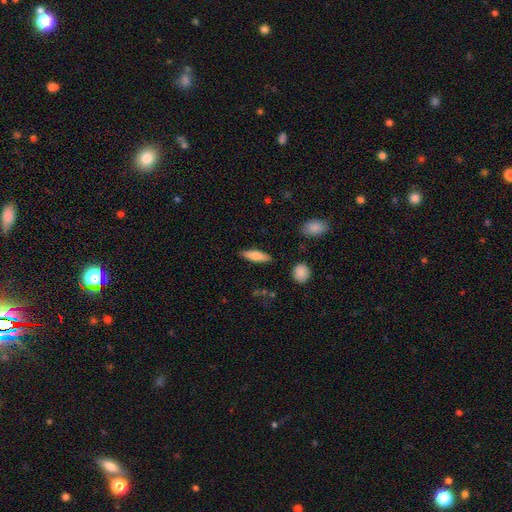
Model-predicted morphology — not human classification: The model was most divided on "how rounded": cigar-shaped: 58%, in between: 39%, round: 2%. More confident: merging — none (86%); smooth or featured — smooth (74%).